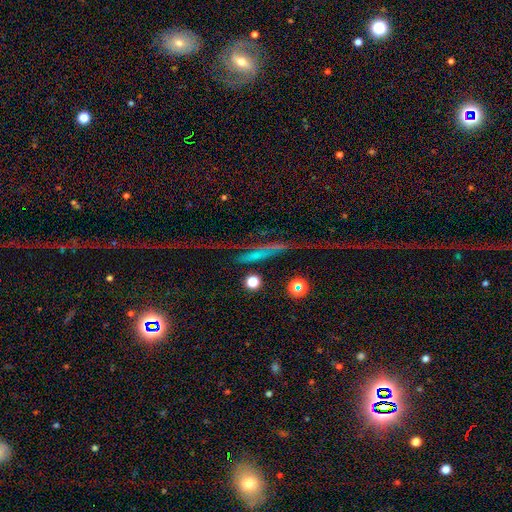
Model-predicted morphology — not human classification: A star or artifact, not a galaxy (47%).